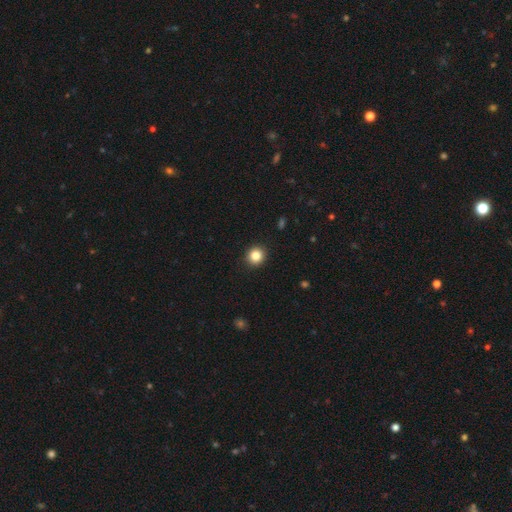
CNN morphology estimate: Smooth or featured? Predicted: smooth (p=0.85). How rounded? Predicted: round (p=0.89). Merging? Predicted: none (p=0.92).